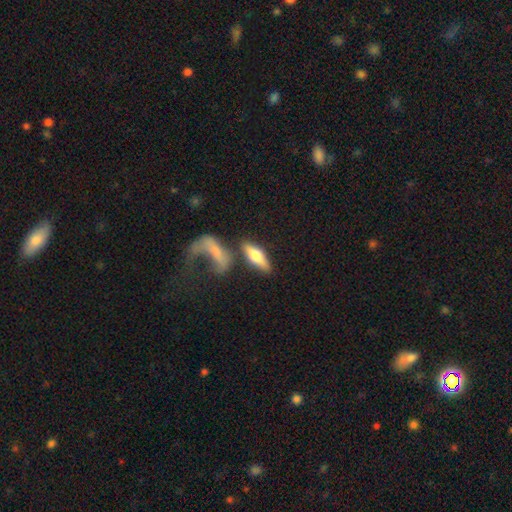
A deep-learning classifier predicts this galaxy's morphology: A smooth galaxy with no disk features (60%) that is in between round and cigar-shaped (54%). Merging: none (60%).